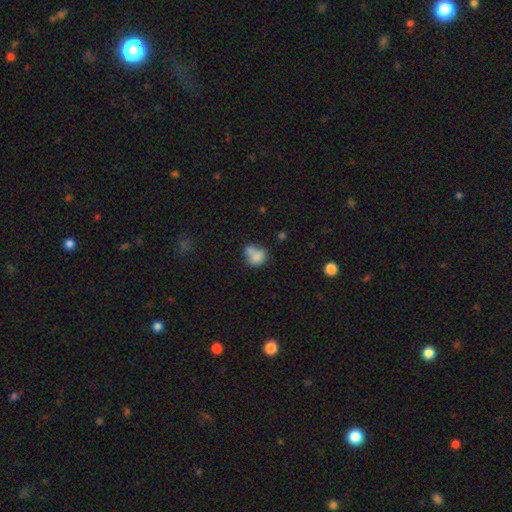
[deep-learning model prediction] smooth_or_featured: smooth (p=0.76) [alt: featured or disk p=0.13]
how_rounded: round (p=0.53) [alt: in between p=0.45]
merging: merger (p=0.42) [alt: none p=0.31]